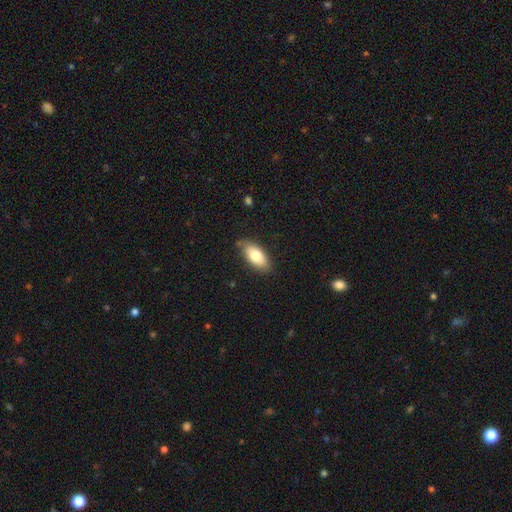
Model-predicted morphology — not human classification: A smooth galaxy with no disk features (79%) that is in between round and cigar-shaped (89%).

Vote fractions:
- Smooth or featured? smooth: 79% / featured or disk: 15% / star or artifact: 6%
- How rounded? in between: 89% / cigar-shaped: 8% / round: 3%
- Merging? none: 81% / minor disturbance: 15% / major disturbance: 3% / merger: 2%